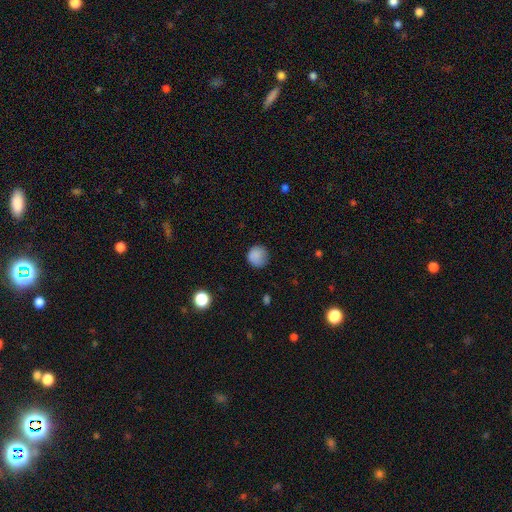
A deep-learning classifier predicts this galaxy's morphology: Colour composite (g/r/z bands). It shows a smooth galaxy with no disk features (86%) that is round (92%). Merging: none (81%).